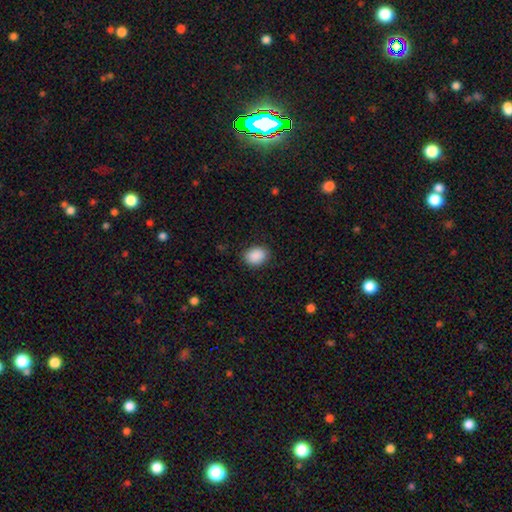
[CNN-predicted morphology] Overall: smooth (90%). How rounded: in between (59%; round 40%). Merging: none (86%).